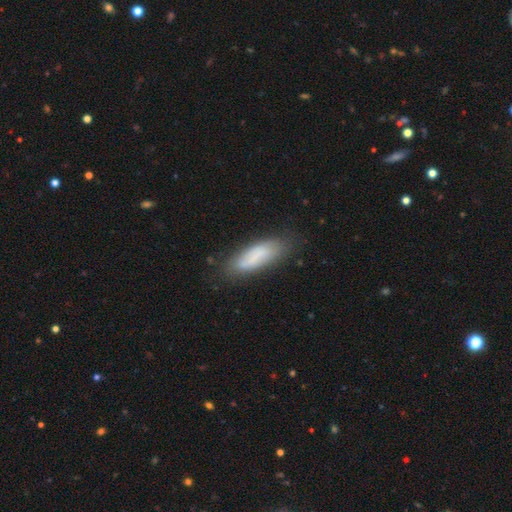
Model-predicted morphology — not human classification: This is likely a smooth galaxy (71%). How rounded: possibly in between (53%). Merging: likely none (71%).